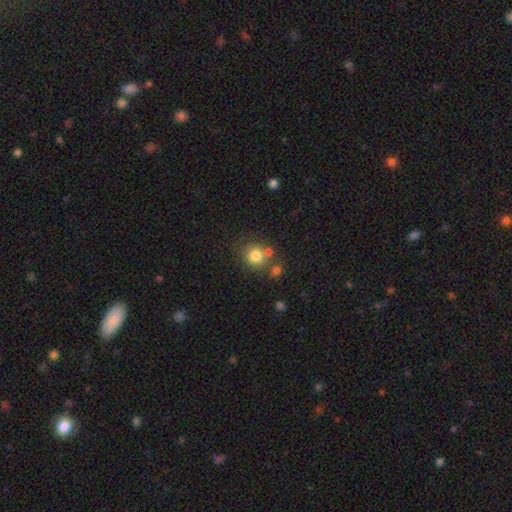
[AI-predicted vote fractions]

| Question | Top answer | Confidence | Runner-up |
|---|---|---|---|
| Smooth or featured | smooth | 79% | star or artifact (12%) |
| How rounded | round | 84% | in between (15%) |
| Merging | none | 64% | merger (21%) |